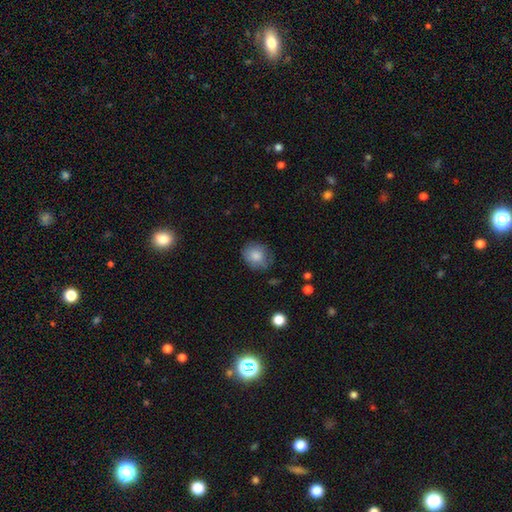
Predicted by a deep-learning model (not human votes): Smooth or featured? smooth (83%)
How rounded? round (67%)
Merging? none (73%)